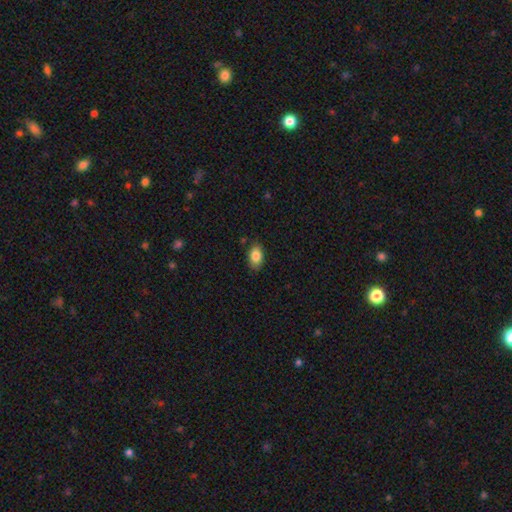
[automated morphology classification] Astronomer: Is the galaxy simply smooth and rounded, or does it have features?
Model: smooth — 85%.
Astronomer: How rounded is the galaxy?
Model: in between — 89%.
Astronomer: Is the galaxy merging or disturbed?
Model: none — 83%.